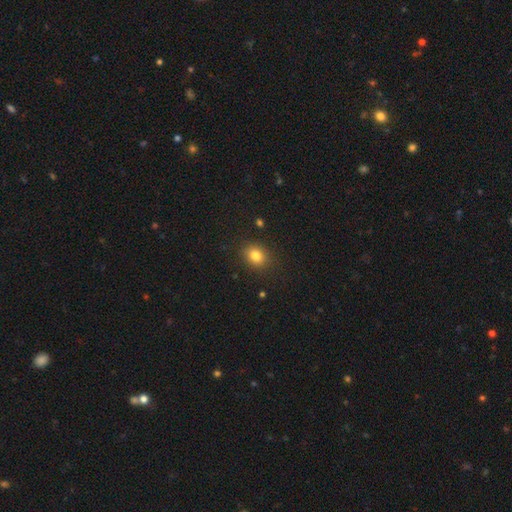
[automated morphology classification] This appears to be a smooth galaxy with no disk features (82%) that is round (54%). Merging: none (87%).